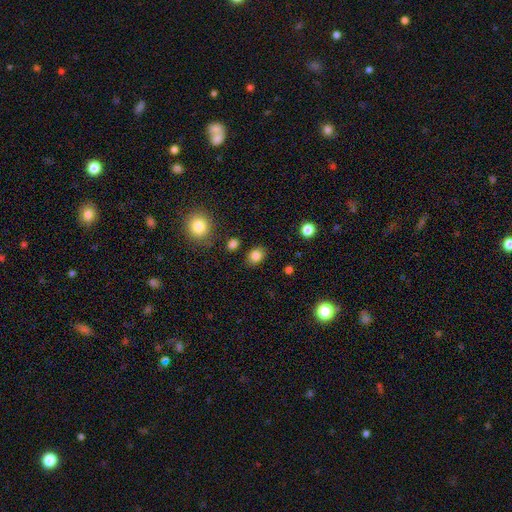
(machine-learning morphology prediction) Smooth or featured? Predicted: smooth (p=0.84). How rounded? Predicted: in between (p=0.60). Merging? Predicted: none (p=0.83).